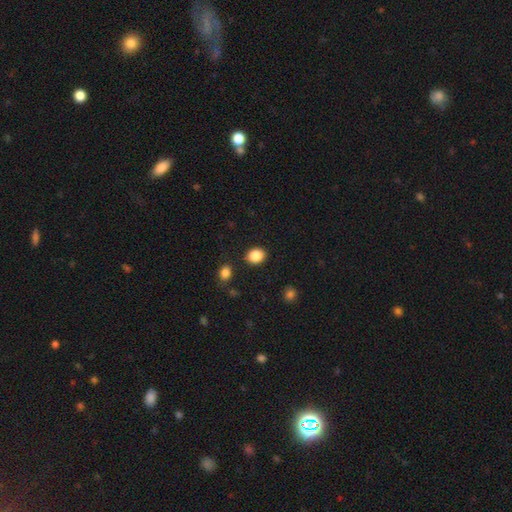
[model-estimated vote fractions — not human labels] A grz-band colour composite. It shows a smooth galaxy with no disk features (87%) that is round (52%). Merging: none (87%).